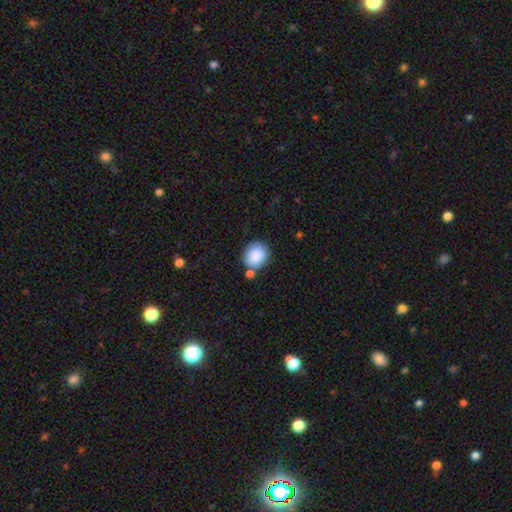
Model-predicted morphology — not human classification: smooth 87%, star or artifact 8%, featured or disk 5%. Down the decision tree: how rounded — round (74%); merging — none (68%).